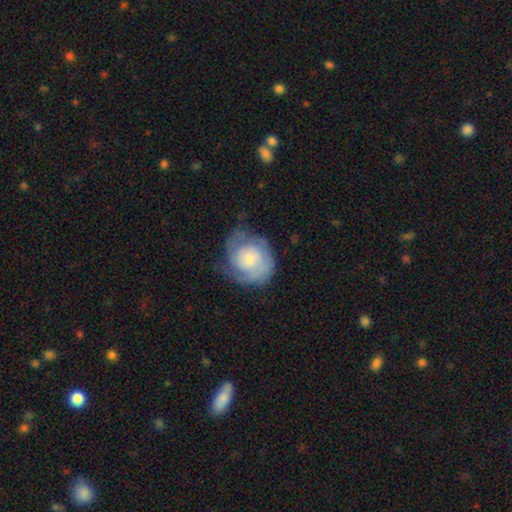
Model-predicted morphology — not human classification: This is possibly a featured or disk galaxy (59%). It is clearly not viewed edge-on (97%). Bar: likely no (80%). Spiral arm pattern: clearly yes (83%). Central bulge: possibly small (59%). Merging: possibly none (54%).